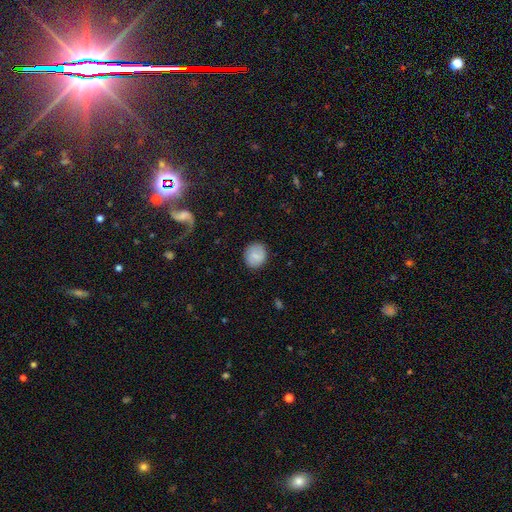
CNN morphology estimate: Smooth or featured?
  - smooth: 74% *
  - featured or disk: 18%
  - star or artifact: 8%
How rounded?
  - round: 82% *
  - in between: 17%
  - cigar-shaped: 1%
Merging?
  - none: 87% *
  - minor disturbance: 9%
  - major disturbance: 3%
  - merger: 1%